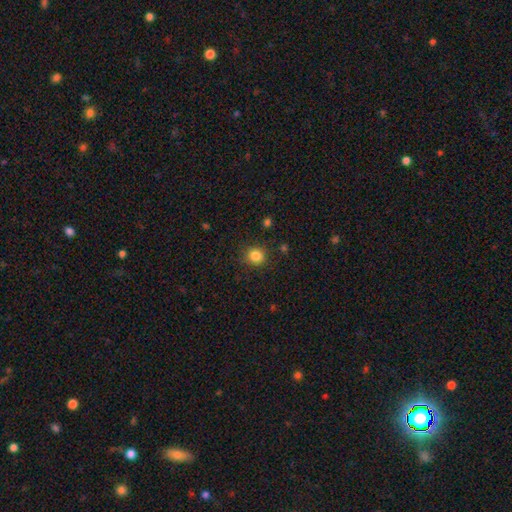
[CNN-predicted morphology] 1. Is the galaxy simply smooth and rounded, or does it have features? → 84% smooth, 11% star or artifact, 4% featured or disk.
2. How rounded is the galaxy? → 88% round, 11% in between, 1% cigar-shaped.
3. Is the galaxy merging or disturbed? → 86% none, 9% minor disturbance, 3% major disturbance, 2% merger.